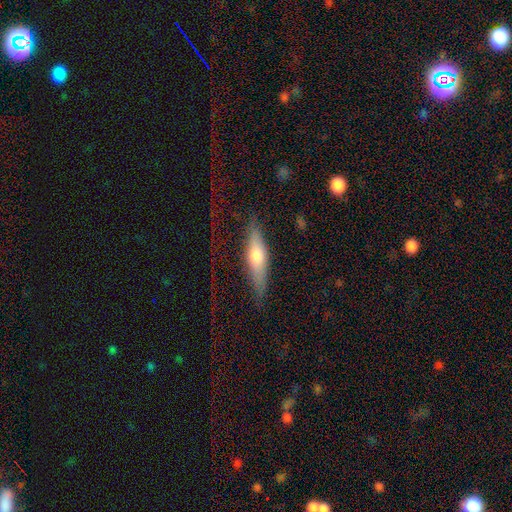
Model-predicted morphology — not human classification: A smooth galaxy with no disk features (50%) that is cigar-shaped (67%). Merging: none (62%).